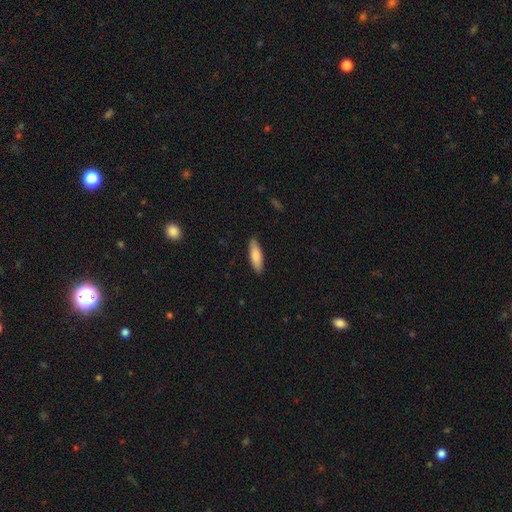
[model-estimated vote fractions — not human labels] Morphology: type=smooth (82%); roundness=cigar-shaped (53%); merging=none (89%).